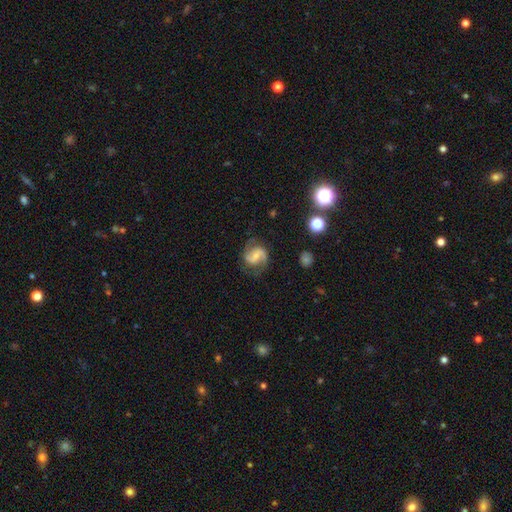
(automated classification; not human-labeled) Morphology: type=featured or disk (83%); edge-on=no (98%); bar=weak (46%); spiral arms=yes (96%); winding=medium (55%); arm count=2 (92%); bulge=small (54%); merging=none (78%).